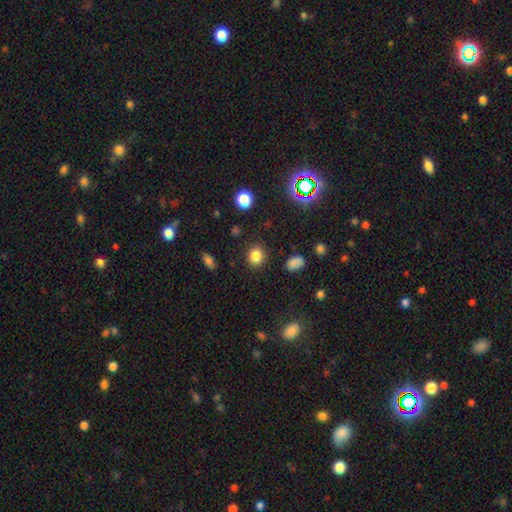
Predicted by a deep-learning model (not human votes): Morphology: type=smooth (83%); roundness=round (63%); merging=none (87%).